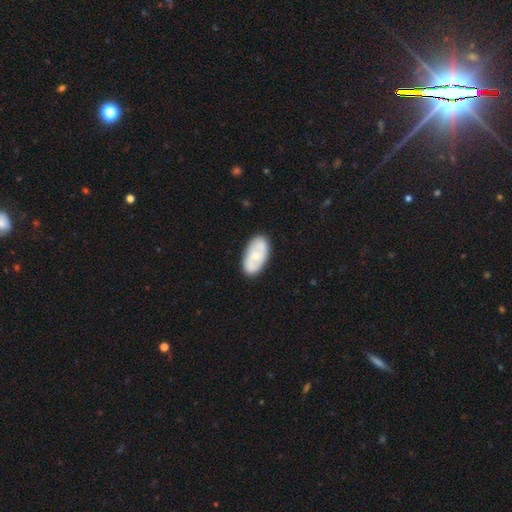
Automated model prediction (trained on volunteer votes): Smooth or featured? Predicted: smooth (p=0.49). Merging? Predicted: none (p=0.84).